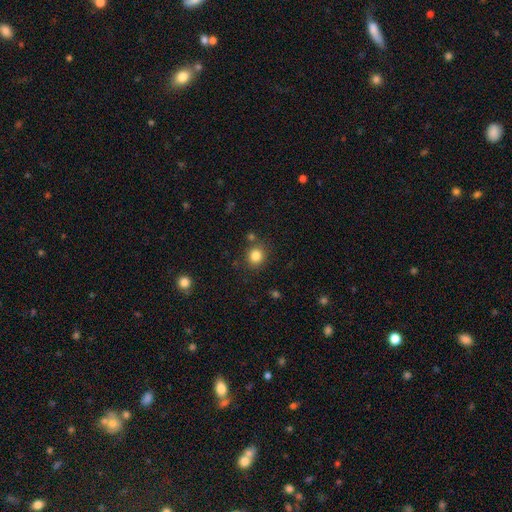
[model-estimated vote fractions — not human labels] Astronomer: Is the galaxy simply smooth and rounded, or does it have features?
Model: smooth — 83%.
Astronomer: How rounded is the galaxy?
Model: round — 86%.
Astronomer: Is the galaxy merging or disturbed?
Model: none — 81%.